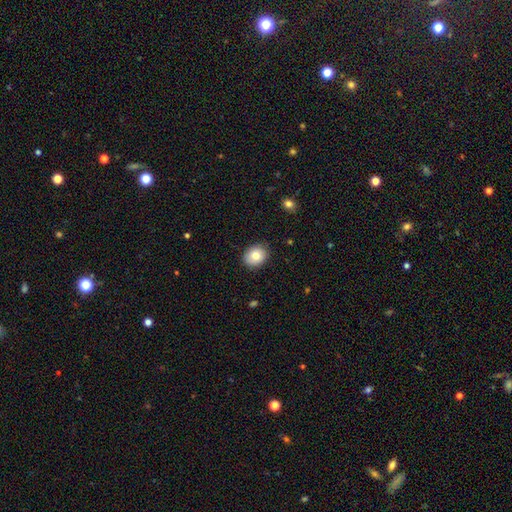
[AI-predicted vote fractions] A smooth galaxy with no disk features (79%) that is round (58%).

Vote fractions:
- Smooth or featured? smooth: 79% / featured or disk: 12% / star or artifact: 9%
- How rounded? round: 58% / in between: 41% / cigar-shaped: 1%
- Merging? none: 87% / minor disturbance: 10% / major disturbance: 2% / merger: 1%